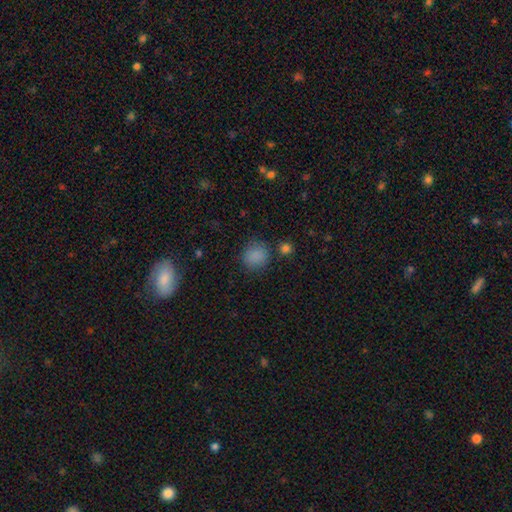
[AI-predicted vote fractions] Q: Smooth or featured?
A: smooth (84%); runner-up: star or artifact (12%)
Q: How rounded?
A: round (83%); runner-up: in between (16%)
Q: Merging?
A: none (80%); runner-up: minor disturbance (12%)